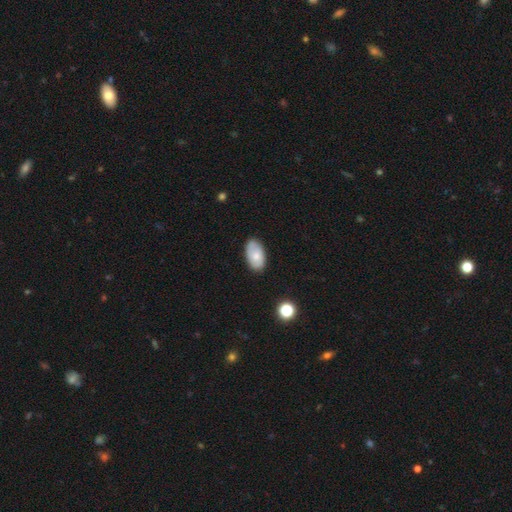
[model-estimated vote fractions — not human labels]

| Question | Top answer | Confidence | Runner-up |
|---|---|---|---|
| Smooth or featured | smooth | 69% | featured or disk (24%) |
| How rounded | in between | 94% | round (5%) |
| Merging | none | 80% | minor disturbance (16%) |